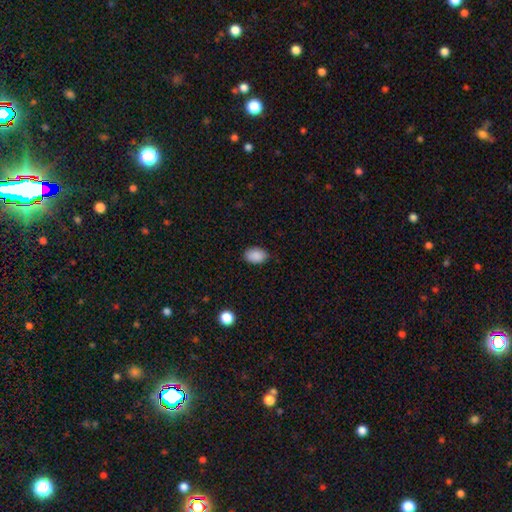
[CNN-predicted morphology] type=smooth (89%); roundness=in between (85%); merging=none (81%).